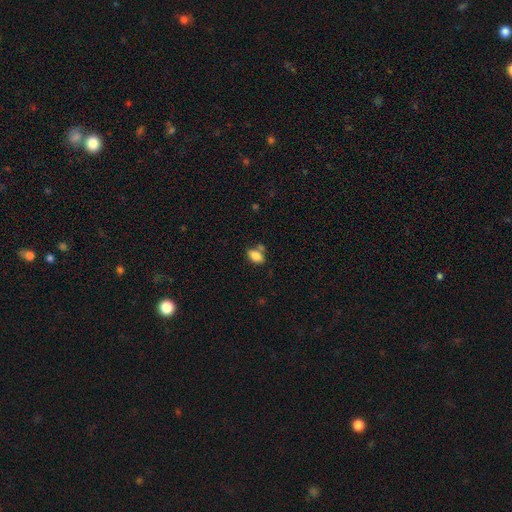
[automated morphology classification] A smooth galaxy with no disk features (81%) that is in between round and cigar-shaped (87%).

Vote fractions:
- Smooth or featured? smooth: 81% / featured or disk: 10% / star or artifact: 9%
- How rounded? in between: 87% / round: 9% / cigar-shaped: 4%
- Merging? none: 61% / merger: 18% / minor disturbance: 16% / major disturbance: 5%